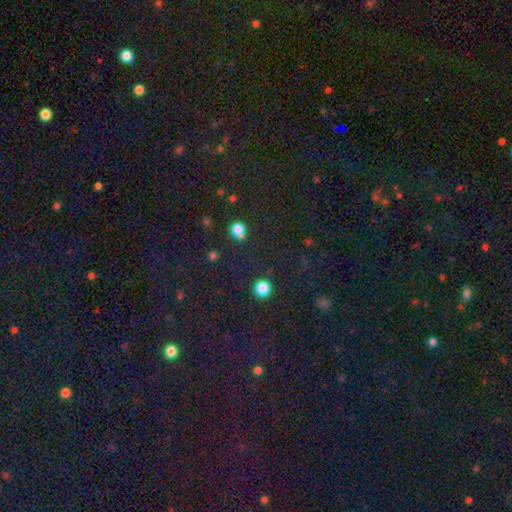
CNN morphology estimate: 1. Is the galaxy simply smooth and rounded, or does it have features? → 73% star or artifact, 20% smooth, 7% featured or disk.